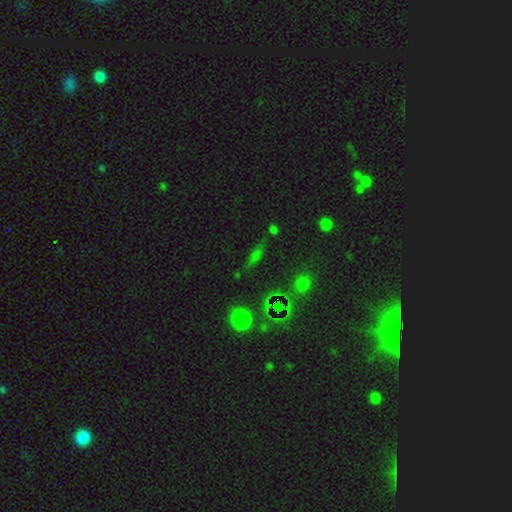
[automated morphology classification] This is possibly a smooth galaxy (46%). Merging: likely none (75%).